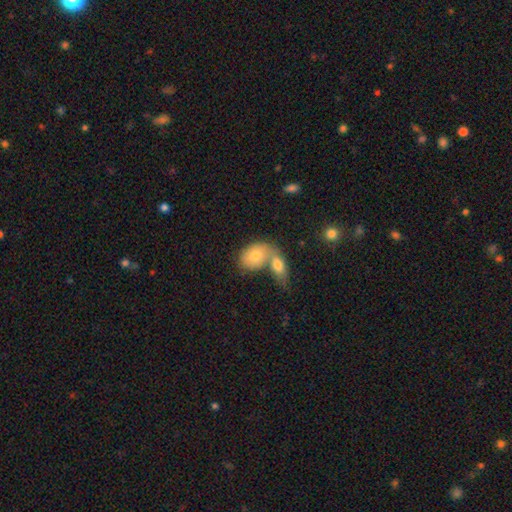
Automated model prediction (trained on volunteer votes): Smooth or featured? Predicted: smooth (p=0.73). How rounded? Predicted: in between (p=0.78). Merging? Predicted: merger (p=0.62).